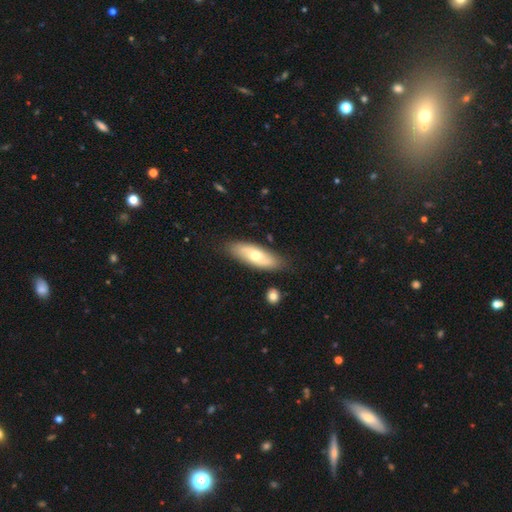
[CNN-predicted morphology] This is possibly a smooth galaxy (58%). How rounded: likely in between (67%). Merging: clearly none (82%).